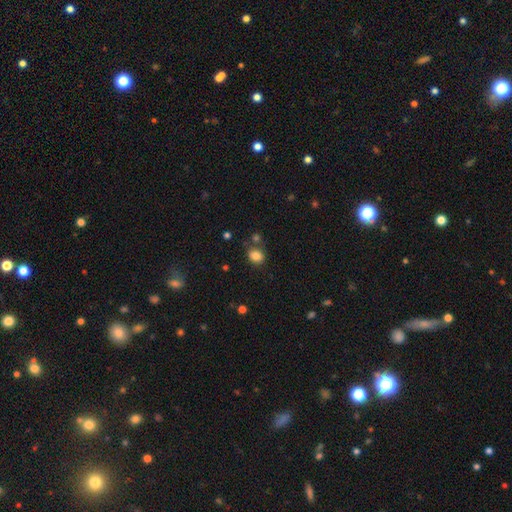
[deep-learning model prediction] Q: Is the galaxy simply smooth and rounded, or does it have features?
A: smooth — 83%.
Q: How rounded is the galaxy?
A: round — 50%.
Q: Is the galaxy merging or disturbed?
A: none — 71%.